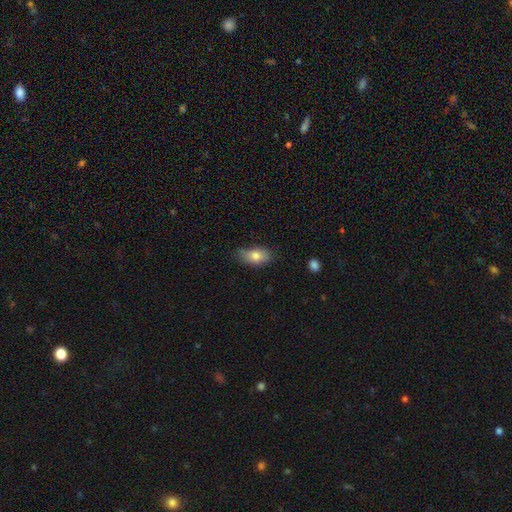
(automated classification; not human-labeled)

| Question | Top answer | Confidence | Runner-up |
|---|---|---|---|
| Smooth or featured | smooth | 78% | featured or disk (14%) |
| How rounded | in between | 88% | round (6%) |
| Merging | none | 65% | minor disturbance (28%) |